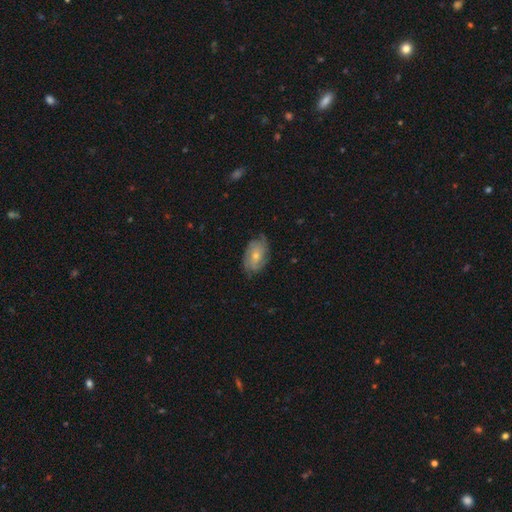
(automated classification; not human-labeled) smooth-or-featured: featured or disk: 62% | smooth: 32% | star or artifact: 7%
  disk-edge-on: no: 95% | yes: 5%
    bar: no: 73% | weak: 23% | strong: 4%
    has-spiral-arms: yes: 86% | no: 14%
      spiral-winding: tight: 54% | medium: 33% | loose: 13%
      spiral-arm-count: can't tell: 37% | 2: 26% | 3: 19% | 4: 9% | 1: 5% | more than 4: 4%
    bulge-size: small: 57% | moderate: 39% | large: 2% | none: 1% | dominant: 1%
  merging: none: 72% | minor disturbance: 21% | major disturbance: 6% | merger: 1%